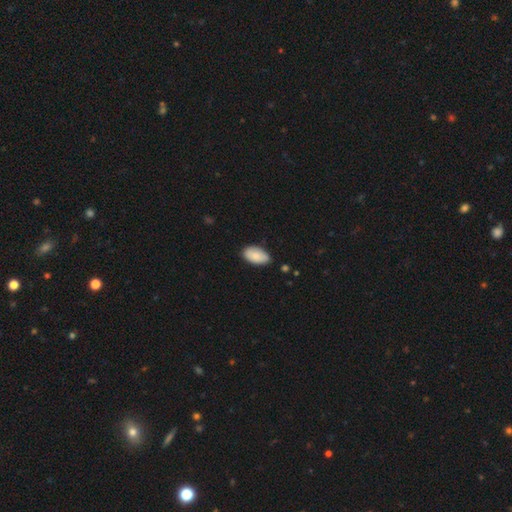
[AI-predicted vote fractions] Smooth or featured?
  - smooth: 83% *
  - featured or disk: 10%
  - star or artifact: 6%
How rounded?
  - in between: 95% *
  - round: 3%
  - cigar-shaped: 2%
Merging?
  - none: 79% *
  - minor disturbance: 17%
  - major disturbance: 2%
  - merger: 2%